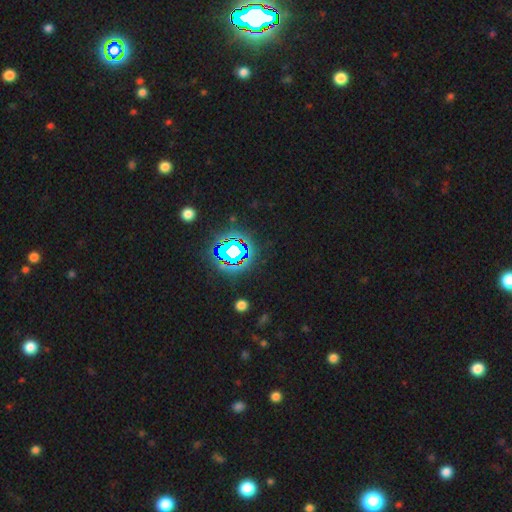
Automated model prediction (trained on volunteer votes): Smooth or featured? star or artifact (82%)